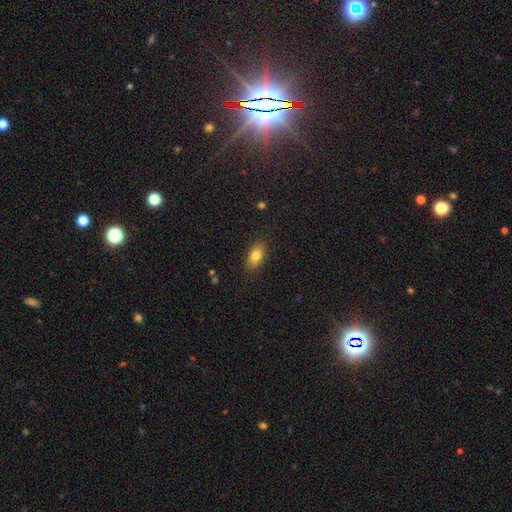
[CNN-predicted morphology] This appears to be a smooth galaxy with no disk features (80%) that is in between round and cigar-shaped (87%). Merging: none (86%).